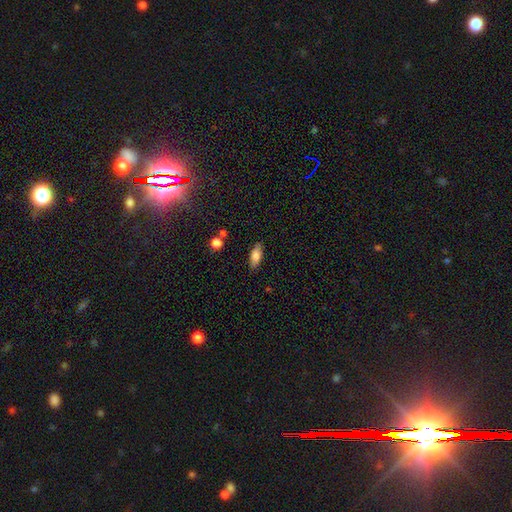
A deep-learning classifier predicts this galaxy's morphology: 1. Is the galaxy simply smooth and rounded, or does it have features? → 79% smooth, 13% featured or disk, 8% star or artifact.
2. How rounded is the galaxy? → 78% in between, 19% cigar-shaped, 3% round.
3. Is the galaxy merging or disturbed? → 84% none, 11% minor disturbance, 3% major disturbance, 2% merger.